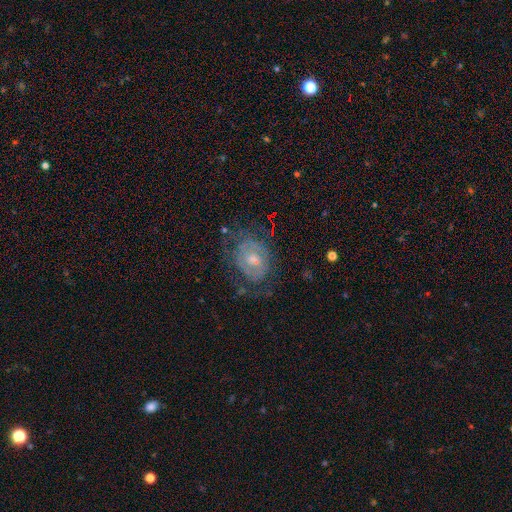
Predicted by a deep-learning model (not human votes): The model was most divided on "bulge size": moderate: 48%, small: 44%, large: 4%, none: 2%, dominant: 1%. More confident: edge-on disk — no (96%); spiral arms — yes (78%); merging — none (73%); bar — no (66%); smooth or featured — featured or disk (65%).